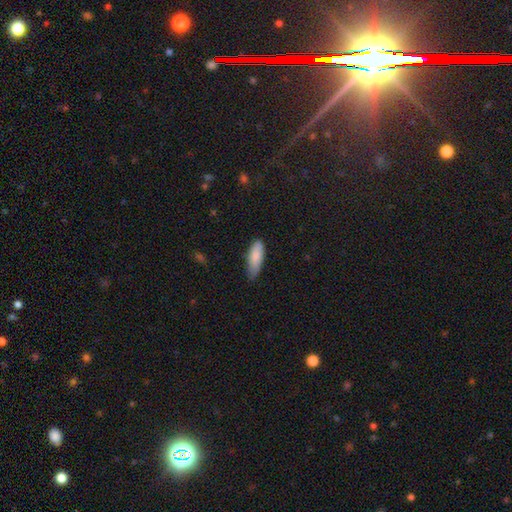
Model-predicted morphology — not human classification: A smooth galaxy with no disk features (85%) that is in between round and cigar-shaped (61%). Merging: none (59%).